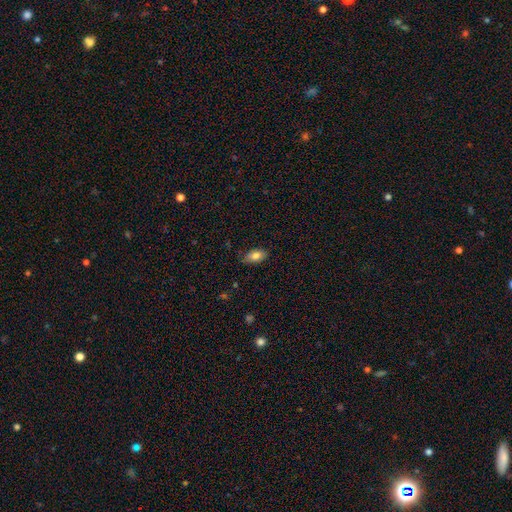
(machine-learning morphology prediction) A smooth galaxy with no disk features (81%) that is in between round and cigar-shaped (91%).

Vote fractions:
- Smooth or featured? smooth: 81% / featured or disk: 12% / star or artifact: 7%
- How rounded? in between: 91% / round: 4% / cigar-shaped: 4%
- Merging? none: 80% / minor disturbance: 16% / major disturbance: 3% / merger: 1%